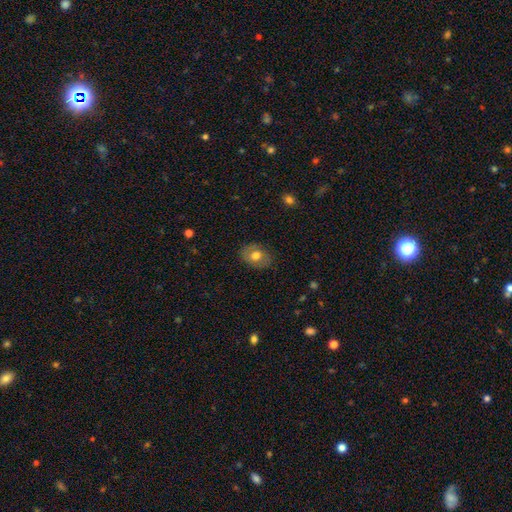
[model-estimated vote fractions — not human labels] smooth_or_featured: smooth (p=0.67) [alt: featured or disk p=0.25]
how_rounded: in between (p=0.64) [alt: round p=0.35]
merging: none (p=0.83) [alt: minor disturbance p=0.13]